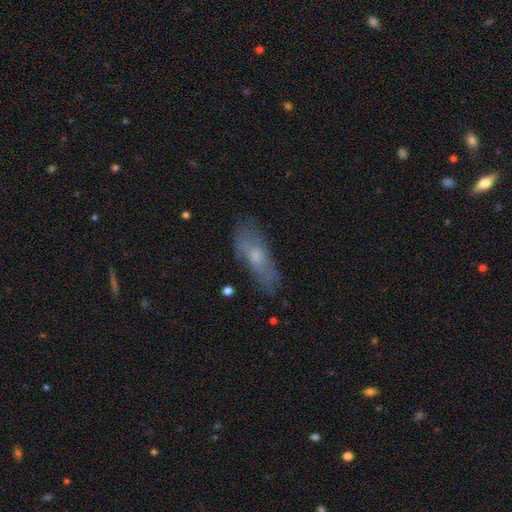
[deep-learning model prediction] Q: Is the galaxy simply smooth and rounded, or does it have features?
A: smooth — 51%.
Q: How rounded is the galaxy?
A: in between — 59%.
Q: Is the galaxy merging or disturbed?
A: none — 68%.